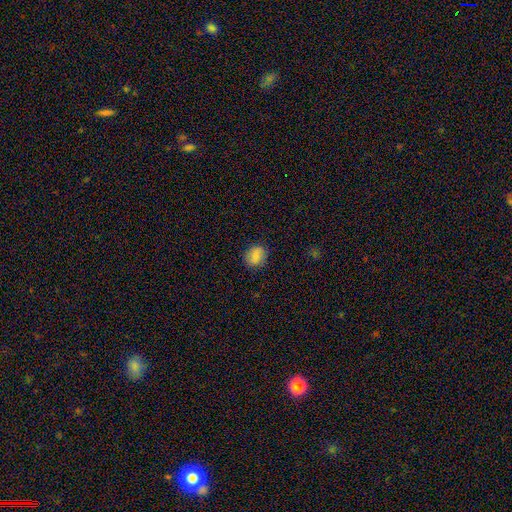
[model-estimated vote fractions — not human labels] A smooth galaxy with no disk features (82%) that is round (54%). Merging: none (85%).